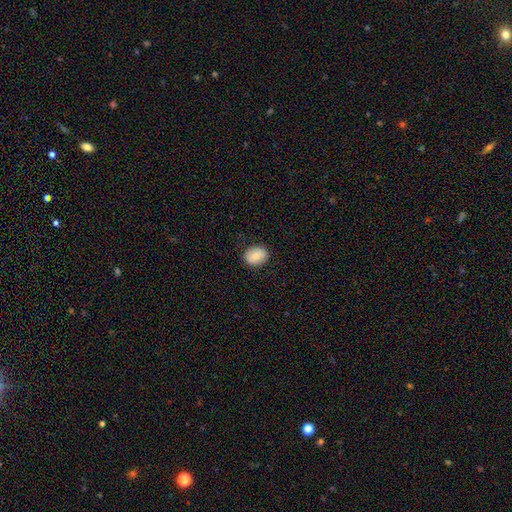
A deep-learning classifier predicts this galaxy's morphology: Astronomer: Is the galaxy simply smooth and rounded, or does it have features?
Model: smooth — 82%.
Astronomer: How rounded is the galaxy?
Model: in between — 55% (runner-up: round, 44%).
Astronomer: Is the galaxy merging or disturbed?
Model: none — 86%.